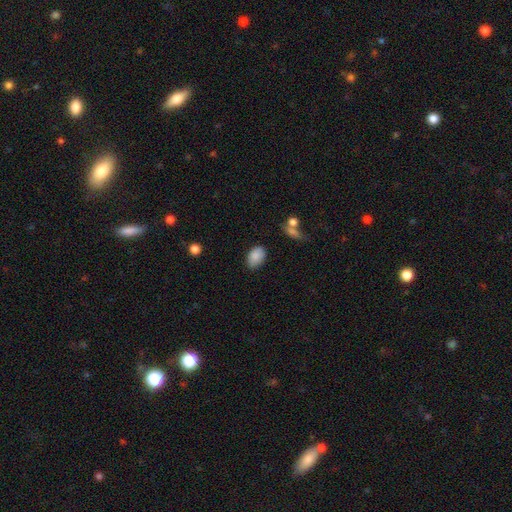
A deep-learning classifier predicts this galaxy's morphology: Overall: smooth (87%). How rounded: in between (87%). Merging: none (77%).